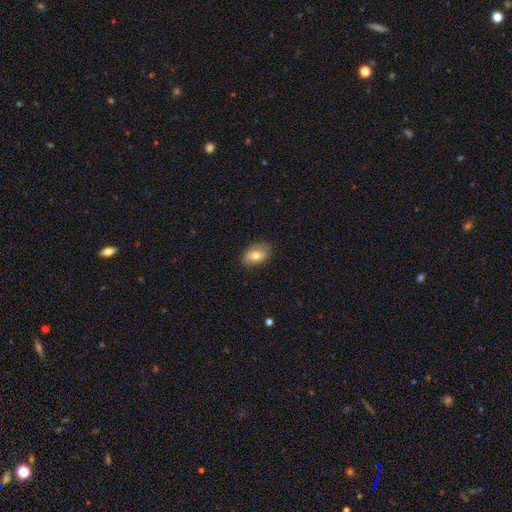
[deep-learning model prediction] A smooth galaxy with no disk features (69%) that is in between round and cigar-shaped (88%).

Vote fractions:
- Smooth or featured? smooth: 69% / featured or disk: 23% / star or artifact: 8%
- How rounded? in between: 88% / round: 10% / cigar-shaped: 2%
- Merging? none: 81% / minor disturbance: 15% / major disturbance: 3% / merger: 1%